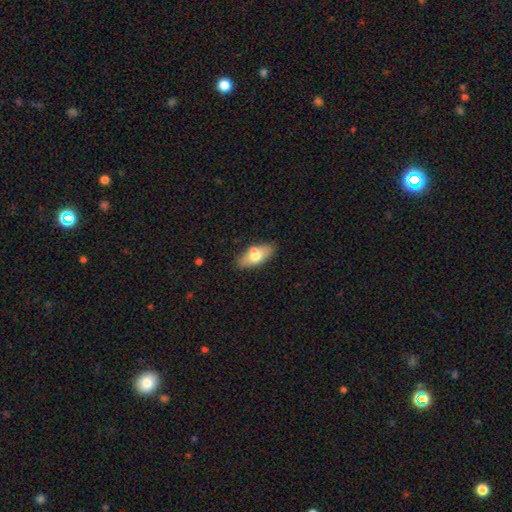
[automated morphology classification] The model was most divided on "smooth or featured": smooth: 67%, featured or disk: 26%, star or artifact: 7%. More confident: how rounded — in between (86%); merging — none (71%).